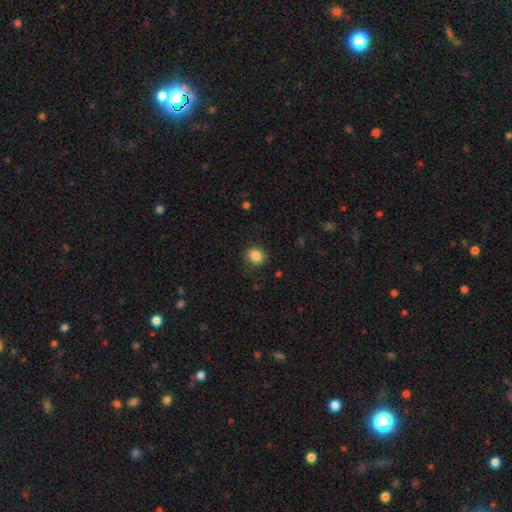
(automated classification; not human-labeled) This is clearly a smooth galaxy (86%). How rounded: clearly round (80%). Merging: clearly none (85%).